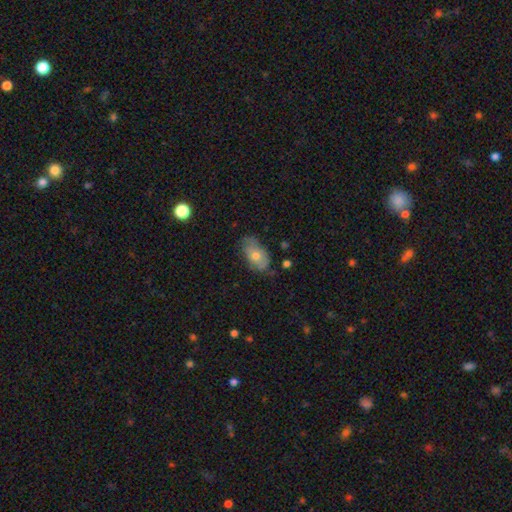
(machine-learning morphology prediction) smooth_or_featured: smooth (p=0.61) [alt: featured or disk p=0.30]
how_rounded: in between (p=0.90) [alt: round p=0.07]
merging: none (p=0.66) [alt: minor disturbance p=0.26]